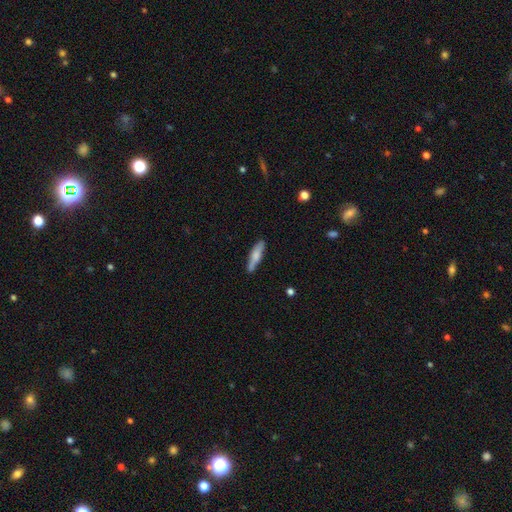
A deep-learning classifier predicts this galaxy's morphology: Smooth or featured? Predicted: smooth (p=0.64). How rounded? Predicted: cigar-shaped (p=0.77). Merging? Predicted: none (p=0.78).